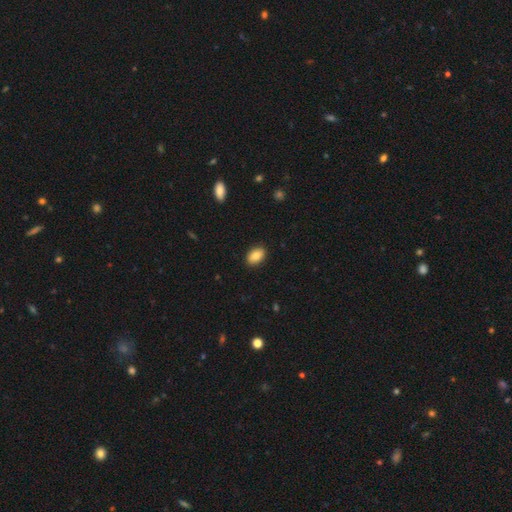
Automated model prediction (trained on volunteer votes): smooth 84%, featured or disk 8%, star or artifact 7%. Down the decision tree: how rounded — in between (86%); merging — none (90%).